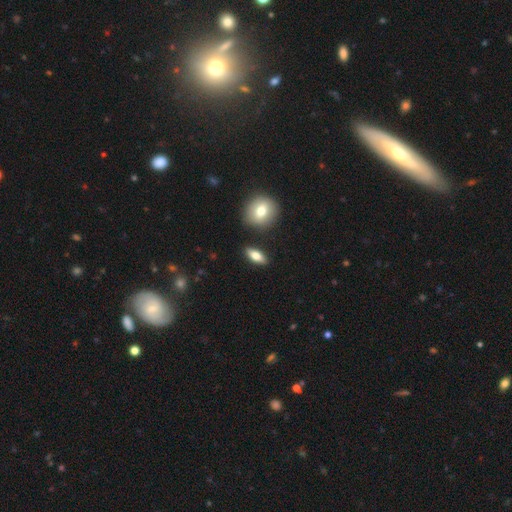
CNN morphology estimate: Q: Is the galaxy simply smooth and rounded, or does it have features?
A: smooth — 71%.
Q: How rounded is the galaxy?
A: in between — 74%.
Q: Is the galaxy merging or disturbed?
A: none — 87%.